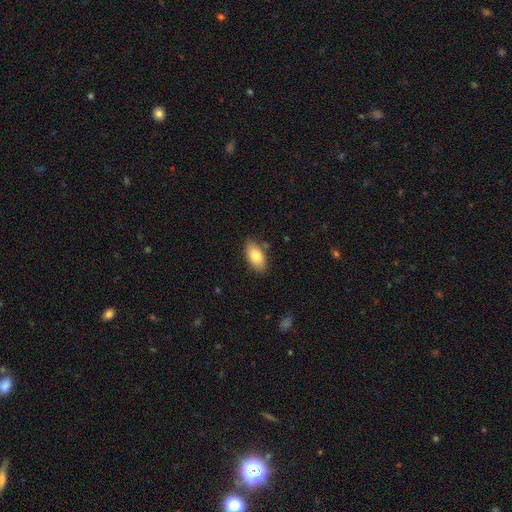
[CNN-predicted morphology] Q: Smooth or featured?
A: smooth (82%); runner-up: featured or disk (12%)
Q: How rounded?
A: in between (92%); runner-up: cigar-shaped (5%)
Q: Merging?
A: none (81%); runner-up: minor disturbance (14%)